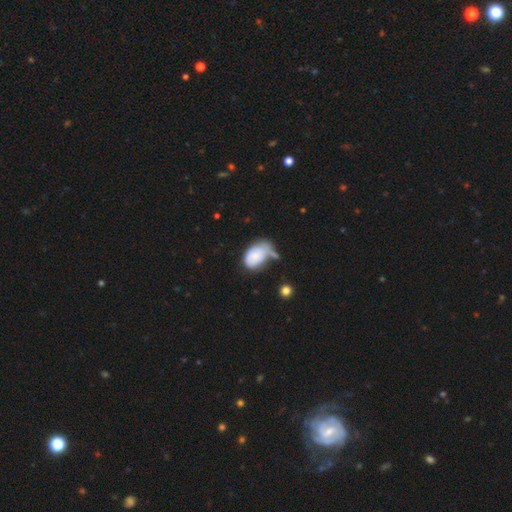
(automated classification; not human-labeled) Morphology: type=smooth (71%); roundness=in between (89%); merging=minor disturbance (32%).